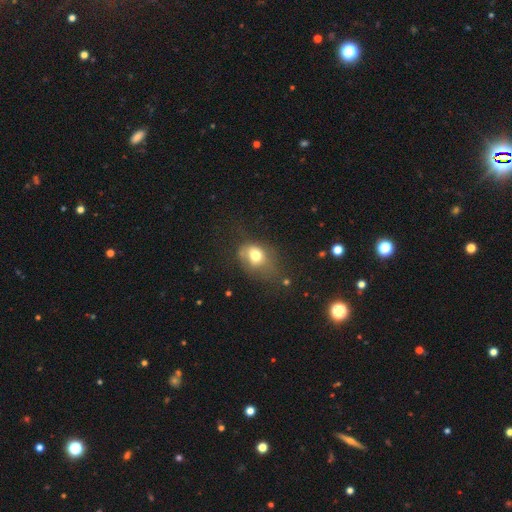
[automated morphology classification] Smooth or featured? smooth (70%)
How rounded? in between (59%)
Merging? none (36%)